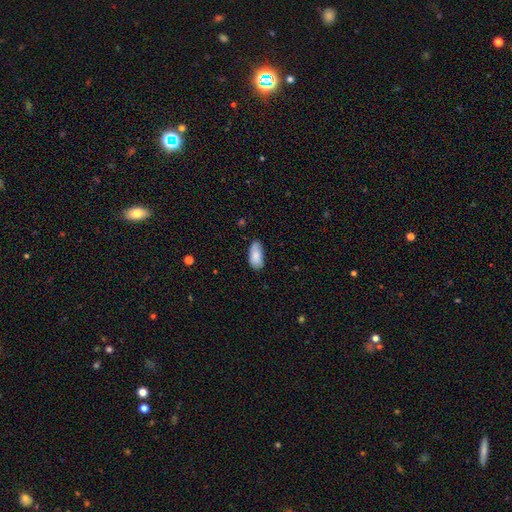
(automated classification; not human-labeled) A smooth galaxy with no disk features (85%) that is in between round and cigar-shaped (91%). Merging: none (71%).